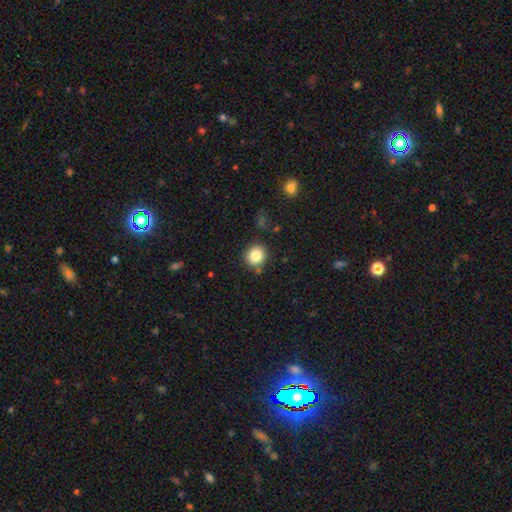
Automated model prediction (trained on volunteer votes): This is clearly a smooth galaxy (84%). How rounded: clearly round (88%). Merging: clearly none (85%).